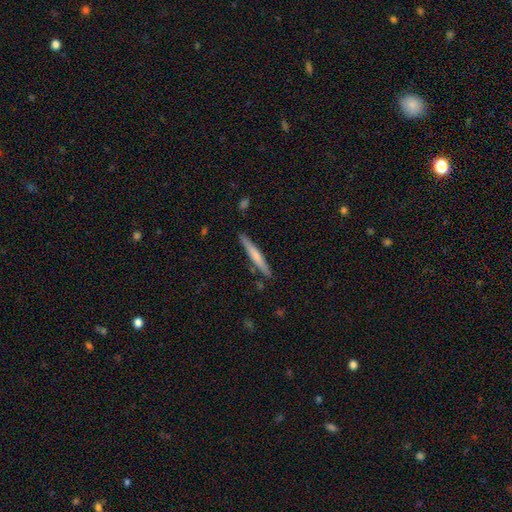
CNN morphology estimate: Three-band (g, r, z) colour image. It shows a smooth galaxy with no disk features (58%) that is cigar-shaped (95%). Merging: none (87%).